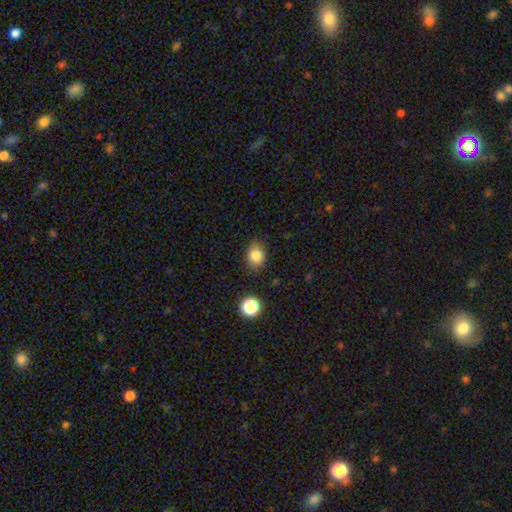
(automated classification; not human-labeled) This is clearly a smooth galaxy (83%). How rounded: possibly in between (55%). Merging: clearly none (84%).